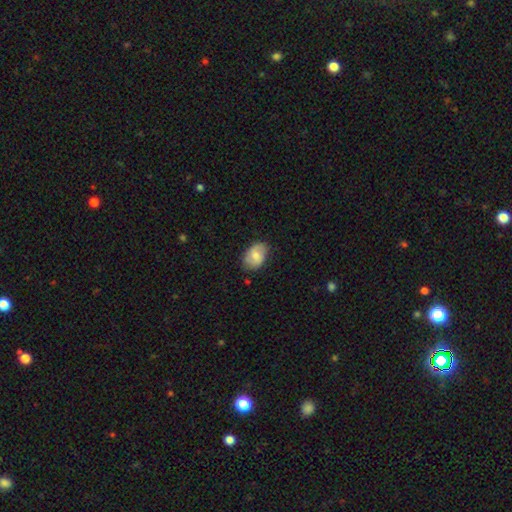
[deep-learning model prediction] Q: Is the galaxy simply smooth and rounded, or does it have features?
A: smooth — 67%.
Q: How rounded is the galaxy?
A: in between — 82%.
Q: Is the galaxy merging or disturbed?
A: none — 74%.